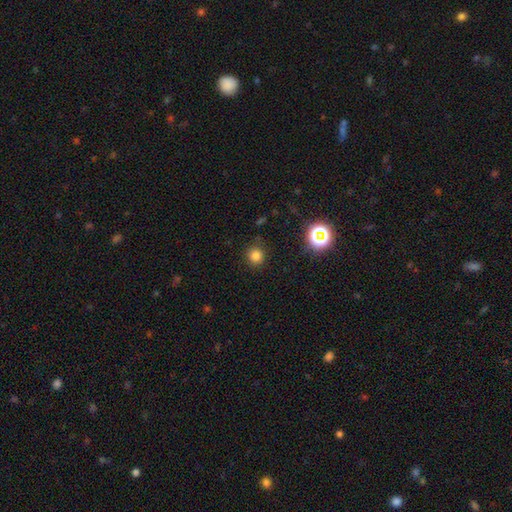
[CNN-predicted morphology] The model was most divided on "smooth or featured": smooth: 77%, star or artifact: 18%, featured or disk: 5%. More confident: how rounded — round (91%); merging — none (87%).